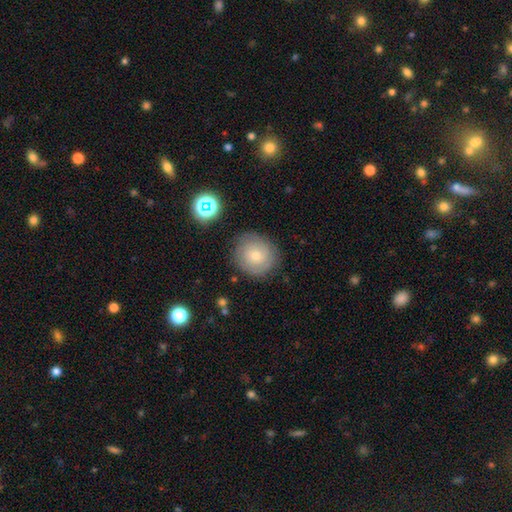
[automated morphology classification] Smooth or featured: smooth — 59% (featured or disk — 32%)
How rounded: round — 88% (in between — 11%)
Merging: none — 80% (minor disturbance — 13%)